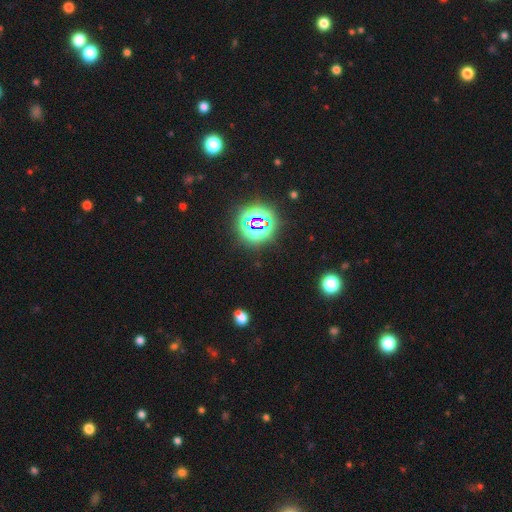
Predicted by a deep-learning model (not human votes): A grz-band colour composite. It shows a star or artifact, not a galaxy (80%).